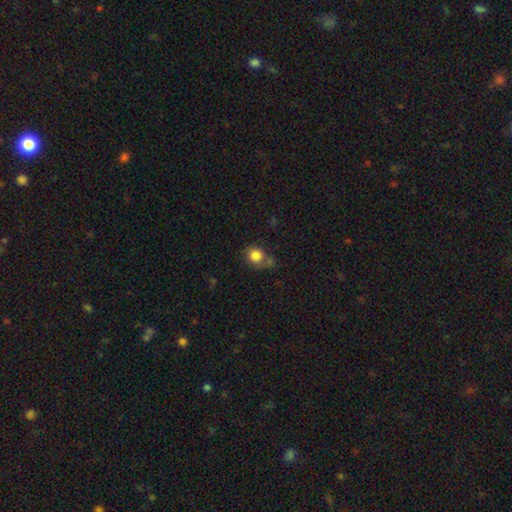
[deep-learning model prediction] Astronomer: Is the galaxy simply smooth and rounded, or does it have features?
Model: smooth — 83%.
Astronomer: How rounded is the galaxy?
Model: round — 77%.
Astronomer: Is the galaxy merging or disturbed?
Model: none — 53%.